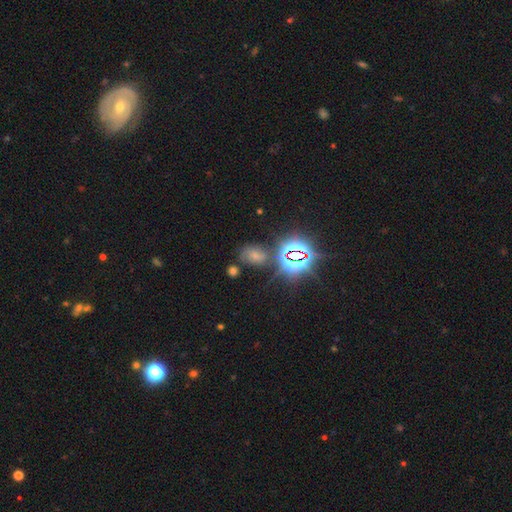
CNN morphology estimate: type=smooth (41%, tied with star or artifact); merging=none (62%).